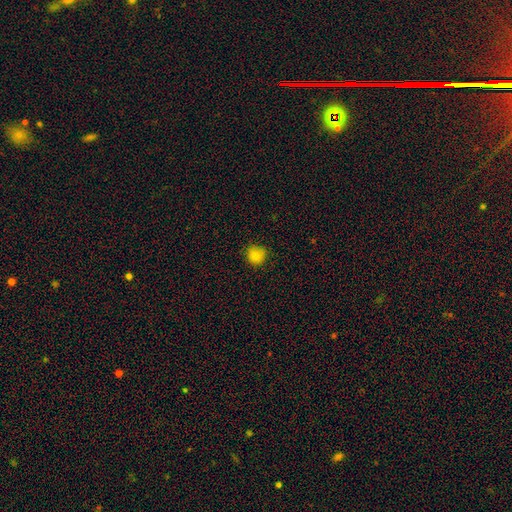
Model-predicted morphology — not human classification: This appears to be a smooth galaxy with no disk features (84%) that is round (91%). Merging: none (84%).